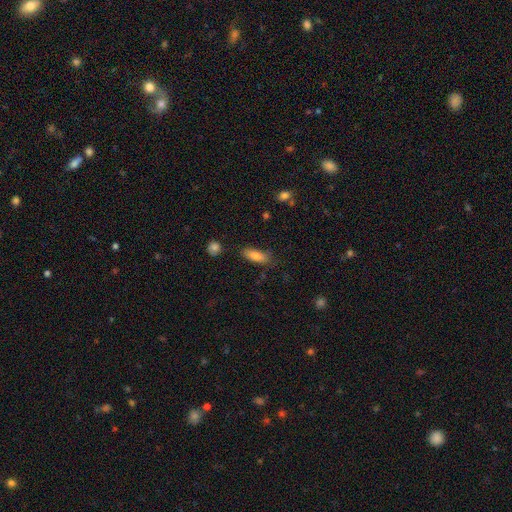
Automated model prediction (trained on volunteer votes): smooth_or_featured: smooth (p=0.80) [alt: featured or disk p=0.12]
how_rounded: in between (p=0.65) [alt: cigar-shaped p=0.32]
merging: none (p=0.78) [alt: minor disturbance p=0.16]